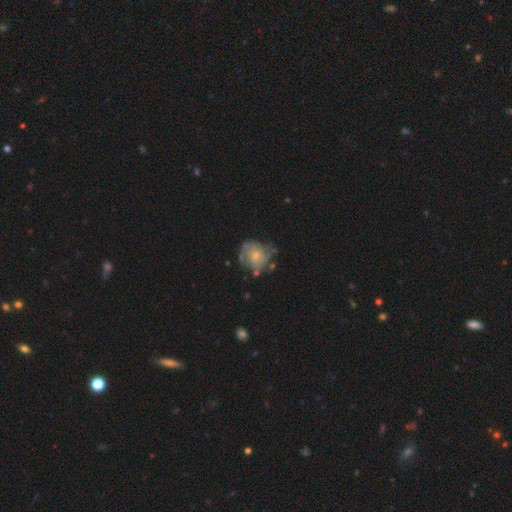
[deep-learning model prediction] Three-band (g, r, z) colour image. It shows a featured or disk galaxy (53%) with no bar (85%), spiral arms (60%) and a small central bulge (55%). Merging: none (53%).